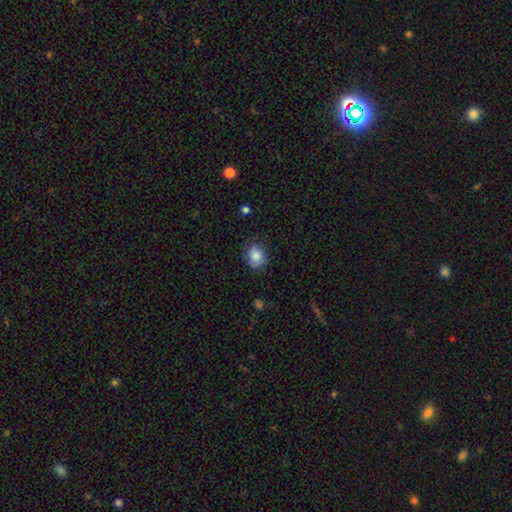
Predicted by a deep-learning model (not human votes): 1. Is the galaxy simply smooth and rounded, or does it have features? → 84% smooth, 8% star or artifact, 8% featured or disk.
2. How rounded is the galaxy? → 62% round, 37% in between, 1% cigar-shaped.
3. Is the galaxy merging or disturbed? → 75% none, 19% minor disturbance, 4% major disturbance, 1% merger.